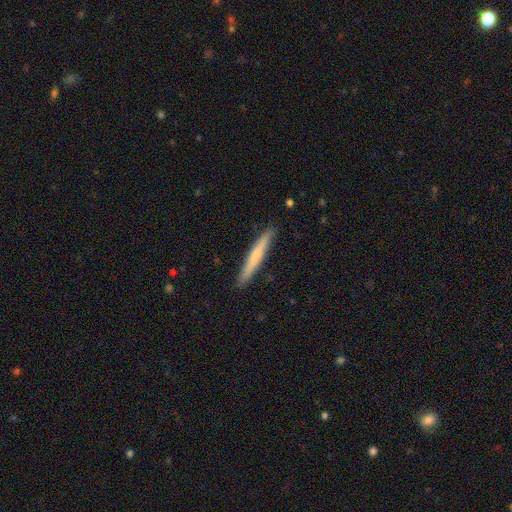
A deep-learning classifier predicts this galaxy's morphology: Overall: smooth (58%; featured or disk 37%). How rounded: cigar-shaped (96%). Merging: none (91%).